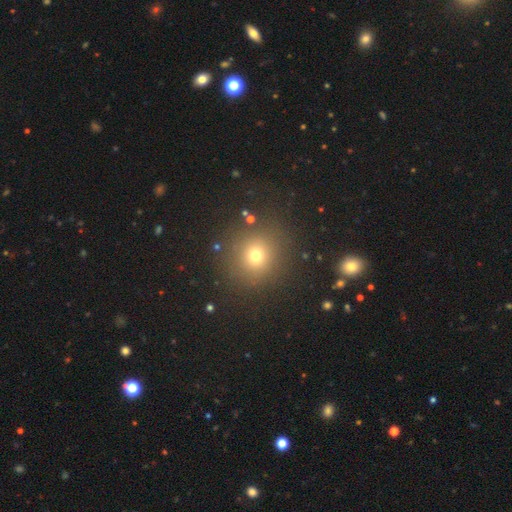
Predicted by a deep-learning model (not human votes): Smooth or featured? smooth (70%)
How rounded? round (89%)
Merging? none (86%)